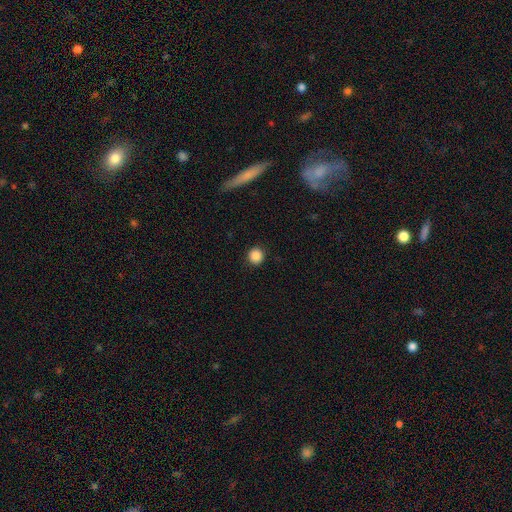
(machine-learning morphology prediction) Smooth or featured: smooth — 87% (star or artifact — 10%)
How rounded: round — 94% (in between — 5%)
Merging: none — 92% (minor disturbance — 5%)